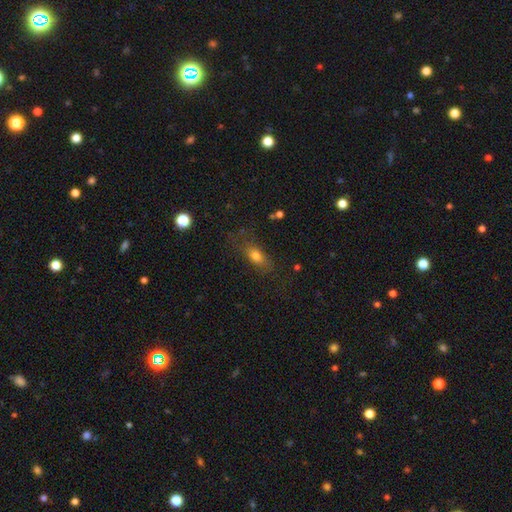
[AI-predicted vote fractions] smooth 74%, featured or disk 15%, star or artifact 11%. Down the decision tree: how rounded — in between (72%); merging — none (65%).